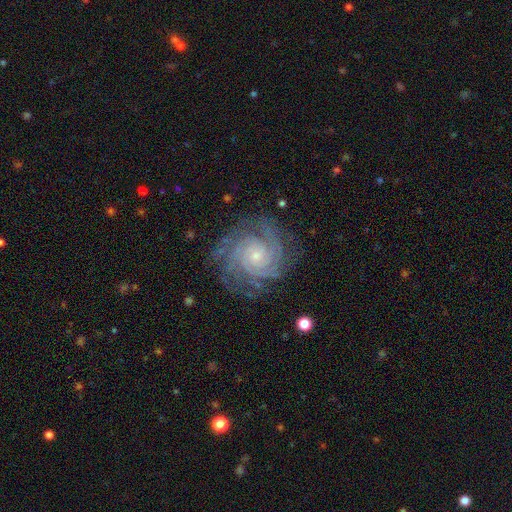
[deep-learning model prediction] Smooth or featured? featured or disk (87%)
Edge-on disk? no (98%)
Bar? no (78%)
Spiral arms? yes (98%)
Spiral winding? tight (76%)
Spiral arm count? 4 (24%)
Bulge size? small (75%)
Merging? none (80%)